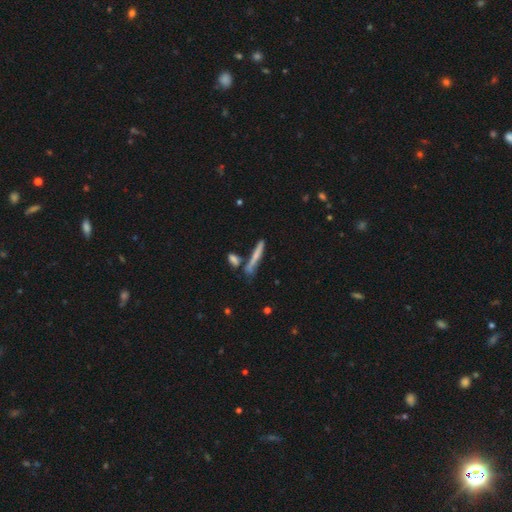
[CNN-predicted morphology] A smooth galaxy with no disk features (58%) that is cigar-shaped (91%). Merging: none (64%).